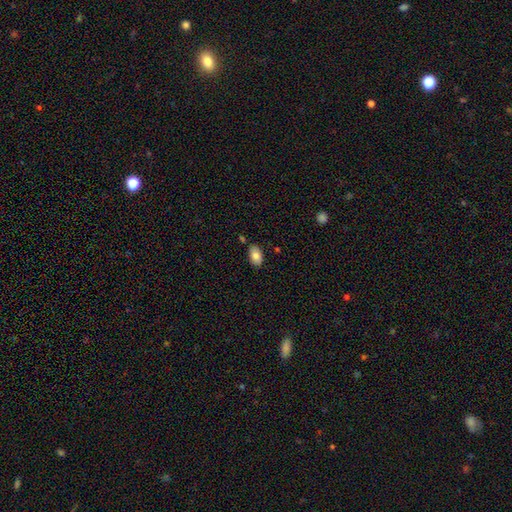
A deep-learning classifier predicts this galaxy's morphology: Overall: smooth (81%). How rounded: in between (92%). Merging: none (81%).